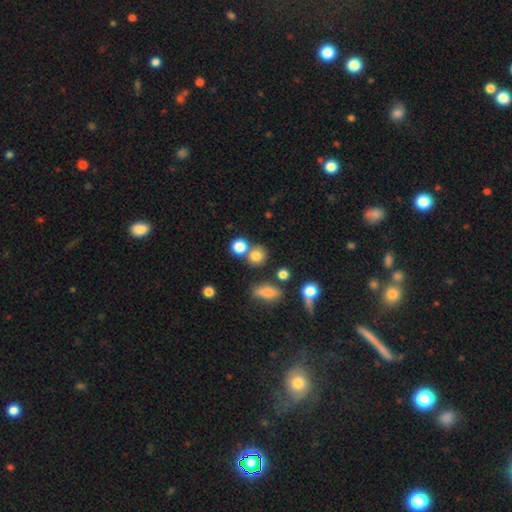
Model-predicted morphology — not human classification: Smooth or featured? Predicted: smooth (p=0.78). How rounded? Predicted: round (p=0.84). Merging? Predicted: none (p=0.63).